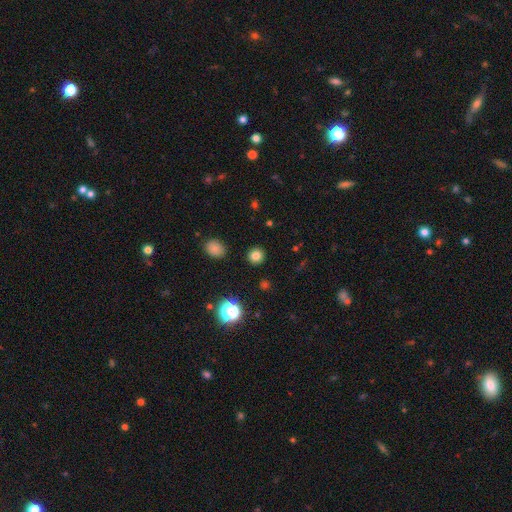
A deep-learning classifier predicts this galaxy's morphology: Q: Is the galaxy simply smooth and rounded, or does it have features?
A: smooth — 80%.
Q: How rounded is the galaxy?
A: round — 92%.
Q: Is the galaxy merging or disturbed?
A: none — 91%.